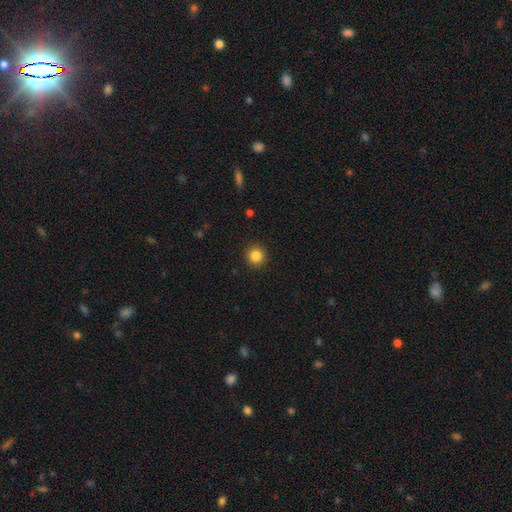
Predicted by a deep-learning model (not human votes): Smooth or featured: smooth — 85% (star or artifact — 11%)
How rounded: round — 93% (in between — 6%)
Merging: none — 92% (minor disturbance — 5%)